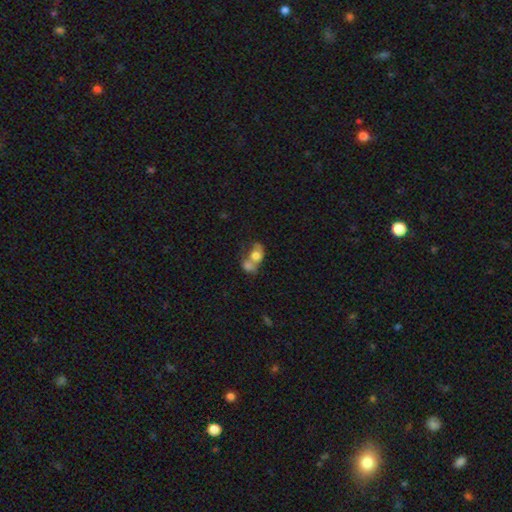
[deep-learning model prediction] smooth 66%, featured or disk 25%, star or artifact 9%. Down the decision tree: how rounded — in between (61%); merging — merger (69%).